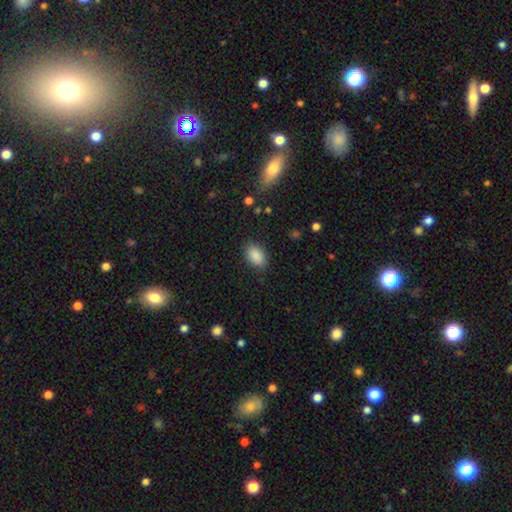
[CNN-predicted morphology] Smooth or featured?
  - smooth: 89% *
  - star or artifact: 8%
  - featured or disk: 4%
How rounded?
  - in between: 88% *
  - round: 11%
  - cigar-shaped: 1%
Merging?
  - none: 85% *
  - minor disturbance: 11%
  - major disturbance: 3%
  - merger: 1%